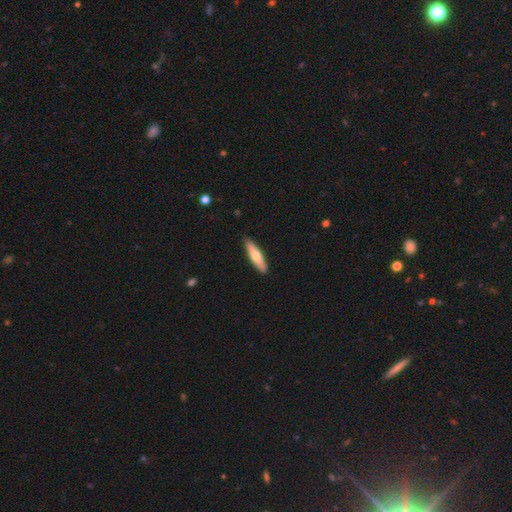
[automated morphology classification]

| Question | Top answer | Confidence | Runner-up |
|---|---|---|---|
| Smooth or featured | smooth | 61% | featured or disk (34%) |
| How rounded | cigar-shaped | 76% | in between (22%) |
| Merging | none | 90% | minor disturbance (7%) |